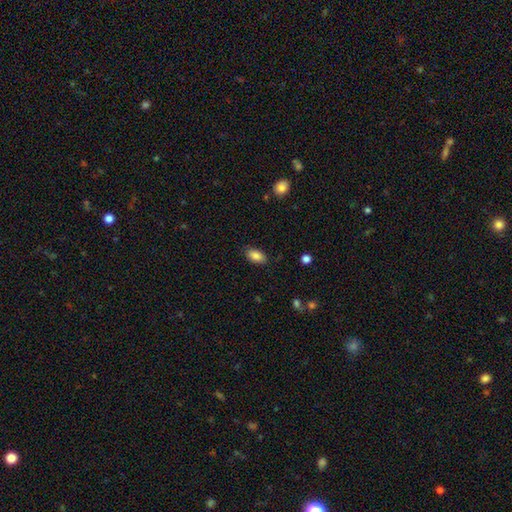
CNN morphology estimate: This is clearly a smooth galaxy (86%). How rounded: clearly in between (92%). Merging: clearly none (85%).